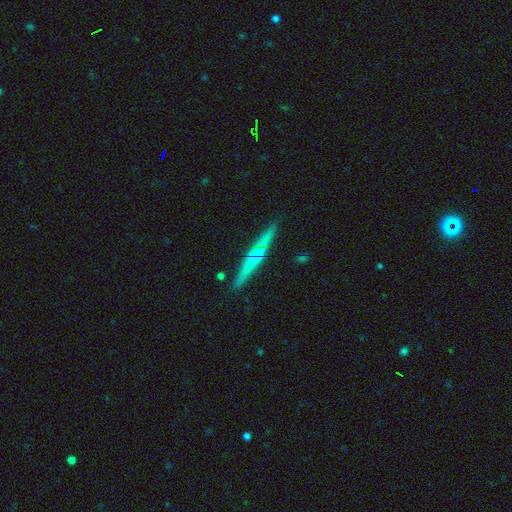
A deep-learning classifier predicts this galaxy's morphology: Smooth or featured? featured or disk (62%)
Edge-on disk? yes (97%)
Edge-on bulge? rounded (53%)
Merging? none (88%)